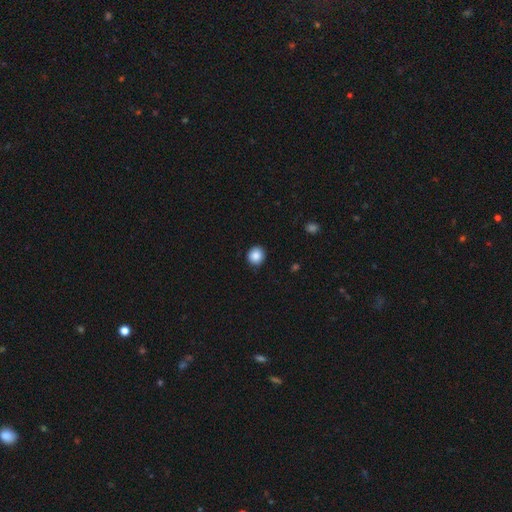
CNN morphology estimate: The model was most divided on "how rounded": round: 87%, in between: 12%, cigar-shaped: 1%. More confident: merging — none (89%); smooth or featured — smooth (87%).